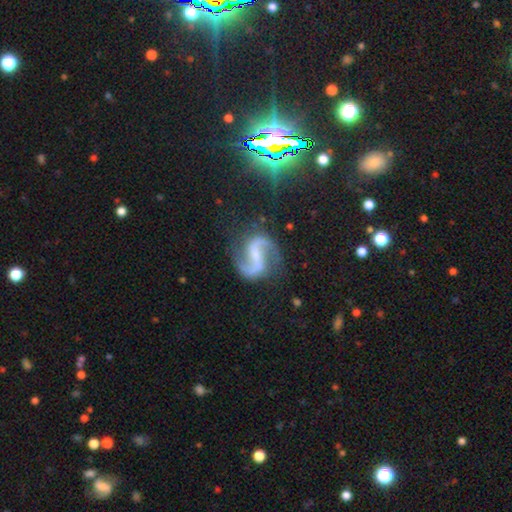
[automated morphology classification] Smooth or featured: featured or disk — 89% (star or artifact — 7%)
Edge-on disk: no — 98% (yes — 2%)
Bar: weak — 39% (tied with strong — 39%)
Spiral arms: yes — 98% (no — 2%)
Spiral winding: loose — 50% (medium — 42%)
Spiral arm count: 2 — 94% (can't tell — 2%)
Bulge size: small — 43% (none — 37%)
Merging: none — 78% (minor disturbance — 13%)